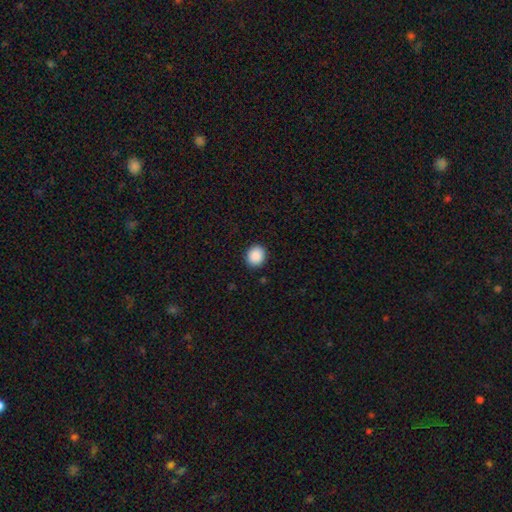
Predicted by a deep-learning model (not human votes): A smooth galaxy with no disk features (89%) that is round (81%). Merging: none (91%).